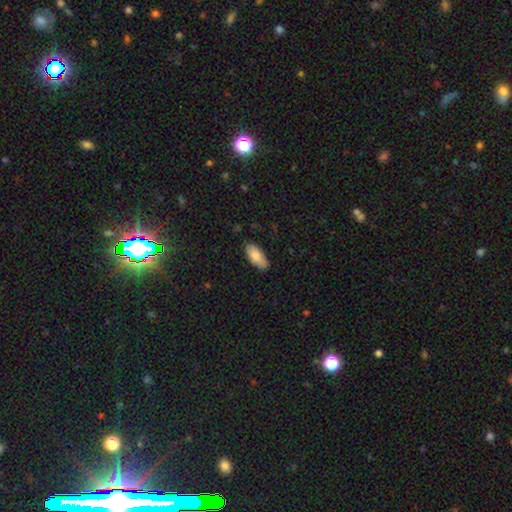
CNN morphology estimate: smooth-or-featured: smooth: 85% | featured or disk: 9% | star or artifact: 6%
  how-rounded: in between: 89% | cigar-shaped: 10% | round: 2%
  merging: none: 84% | minor disturbance: 12% | major disturbance: 2% | merger: 1%